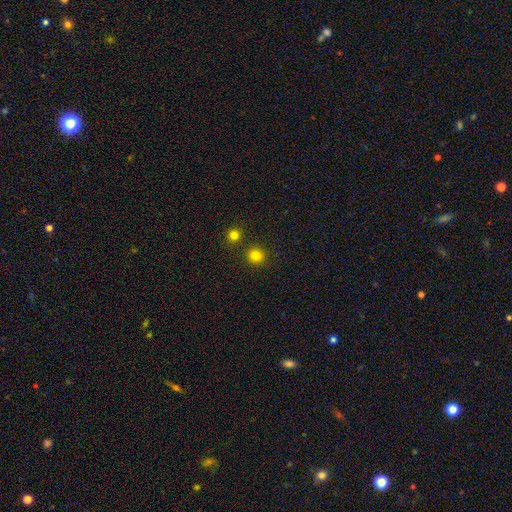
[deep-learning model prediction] This appears to be a smooth galaxy with no disk features (81%) that is round (94%). Merging: none (88%).